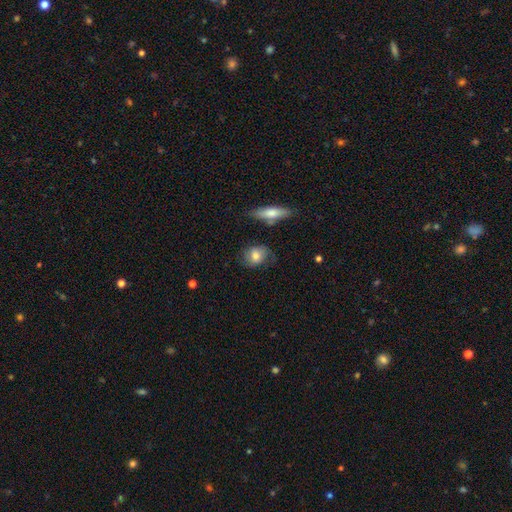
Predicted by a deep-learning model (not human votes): Overall: smooth (71%). How rounded: in between (49%; round 48%). Merging: none (66%).